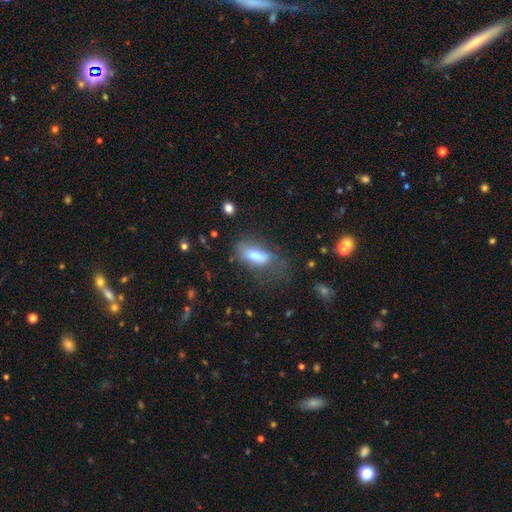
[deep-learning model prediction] smooth-or-featured: smooth: 70% | featured or disk: 21% | star or artifact: 9%
  how-rounded: in between: 78% | cigar-shaped: 19% | round: 3%
  merging: none: 37% | major disturbance: 32% | minor disturbance: 27% | merger: 4%